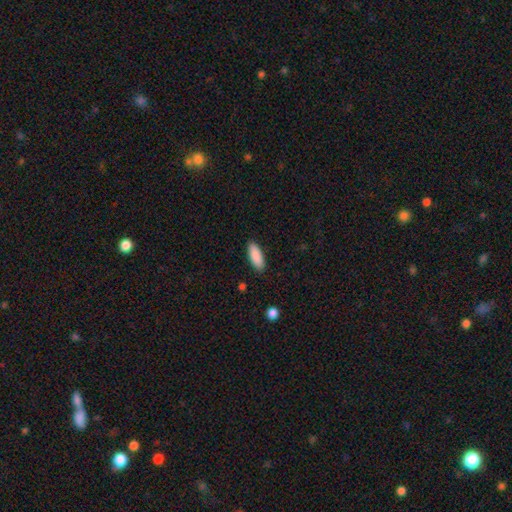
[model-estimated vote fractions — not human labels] A smooth galaxy with no disk features (89%) that is in between round and cigar-shaped (71%).

Vote fractions:
- Smooth or featured? smooth: 89% / star or artifact: 6% / featured or disk: 5%
- How rounded? in between: 71% / cigar-shaped: 27% / round: 2%
- Merging? none: 89% / minor disturbance: 8% / major disturbance: 2% / merger: 1%